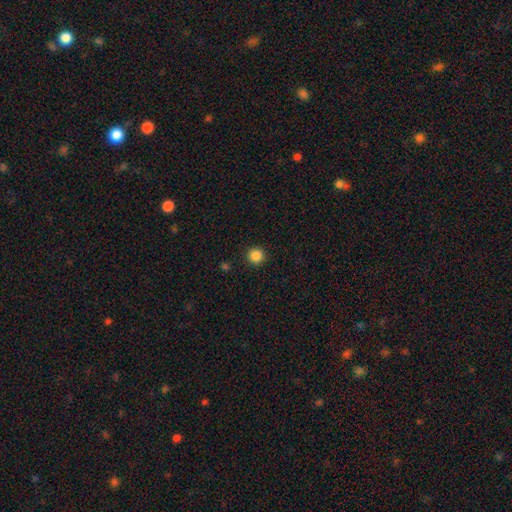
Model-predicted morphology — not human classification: Smooth or featured: smooth — 86% (star or artifact — 11%)
How rounded: round — 96% (in between — 3%)
Merging: none — 93% (minor disturbance — 5%)